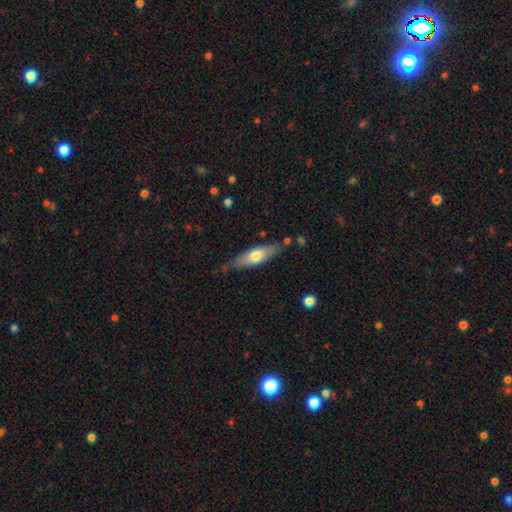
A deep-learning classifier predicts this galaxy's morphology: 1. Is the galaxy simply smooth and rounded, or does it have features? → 59% smooth, 35% featured or disk, 5% star or artifact.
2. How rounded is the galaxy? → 53% cigar-shaped, 45% in between, 2% round.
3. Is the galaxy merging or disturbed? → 73% none, 19% minor disturbance, 4% major disturbance, 3% merger.